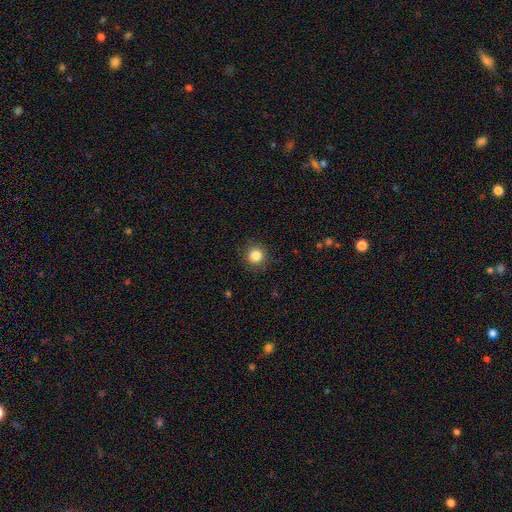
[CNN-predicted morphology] Smooth or featured? Predicted: smooth (p=0.84). How rounded? Predicted: round (p=0.93). Merging? Predicted: none (p=0.90).